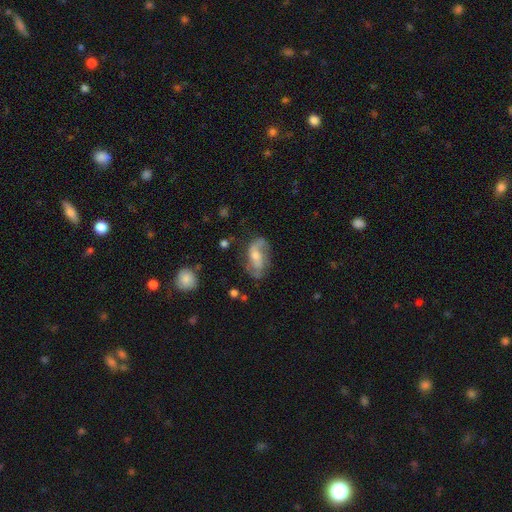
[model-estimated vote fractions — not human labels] A featured or disk galaxy (71%) with no bar (44%), 2 (80%) loose (48%) spiral arms (88%) and a moderate central bulge (53%). Merging: none (63%).